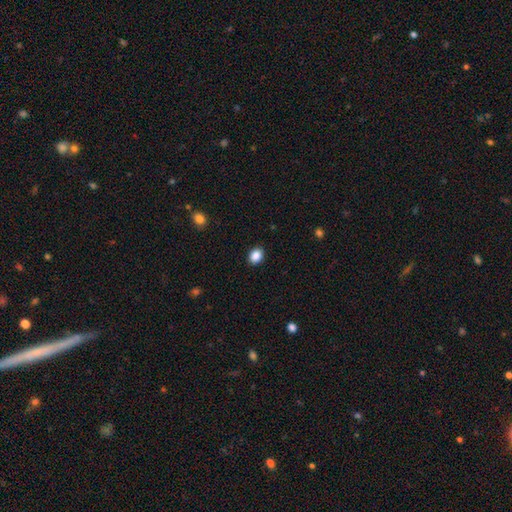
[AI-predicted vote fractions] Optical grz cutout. It shows a smooth galaxy with no disk features (88%) that is in between round and cigar-shaped (53%). Merging: none (90%).